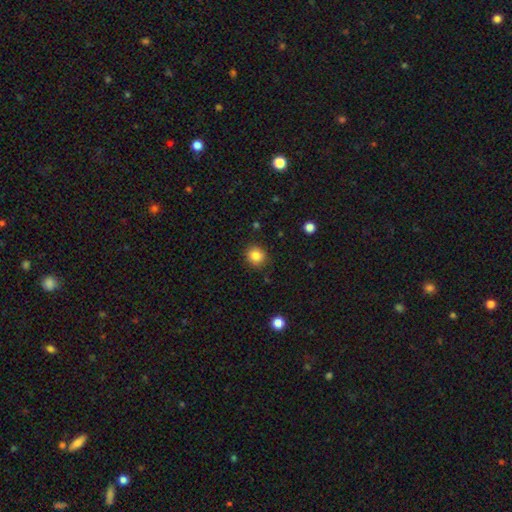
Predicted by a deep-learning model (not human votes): Q: Smooth or featured?
A: smooth (85%); runner-up: star or artifact (10%)
Q: How rounded?
A: round (85%); runner-up: in between (14%)
Q: Merging?
A: none (88%); runner-up: minor disturbance (8%)